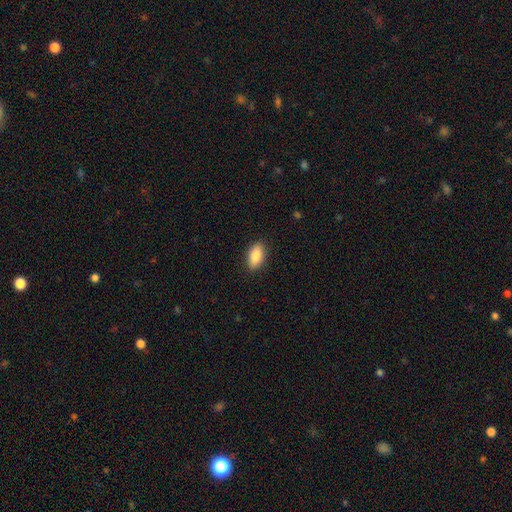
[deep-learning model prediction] Morphology: type=smooth (84%); roundness=in between (88%); merging=none (87%).